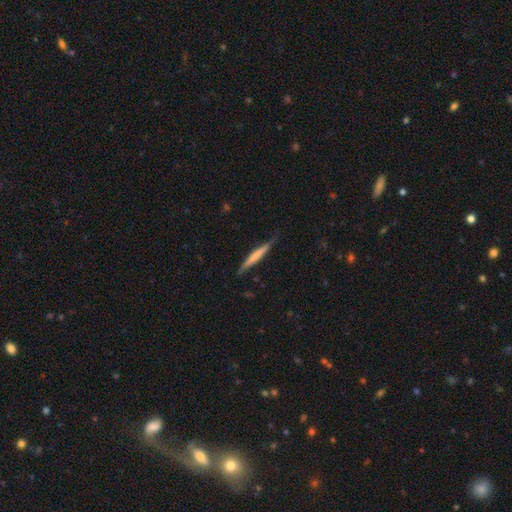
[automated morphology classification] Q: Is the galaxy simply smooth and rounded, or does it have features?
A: smooth — 54%.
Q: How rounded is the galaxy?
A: cigar-shaped — 95%.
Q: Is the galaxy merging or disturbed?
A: none — 78%.